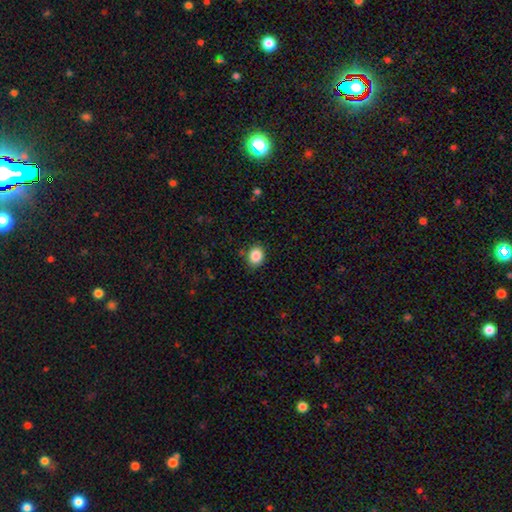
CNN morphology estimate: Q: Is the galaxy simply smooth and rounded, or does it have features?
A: smooth — 87%.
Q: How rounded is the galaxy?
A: round — 56%.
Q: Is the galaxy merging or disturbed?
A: none — 86%.